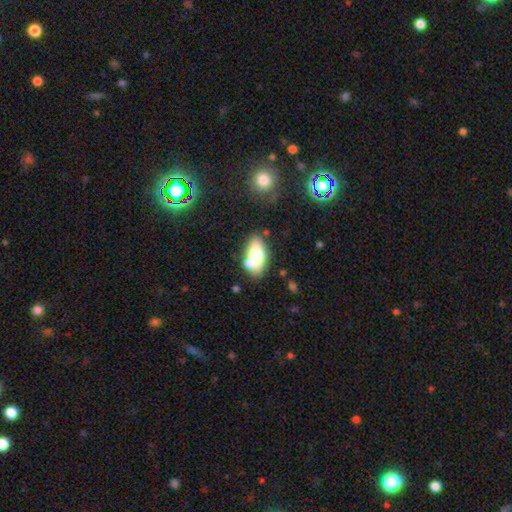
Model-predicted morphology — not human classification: This is likely a smooth galaxy (67%). How rounded: clearly in between (88%). Merging: likely none (62%).